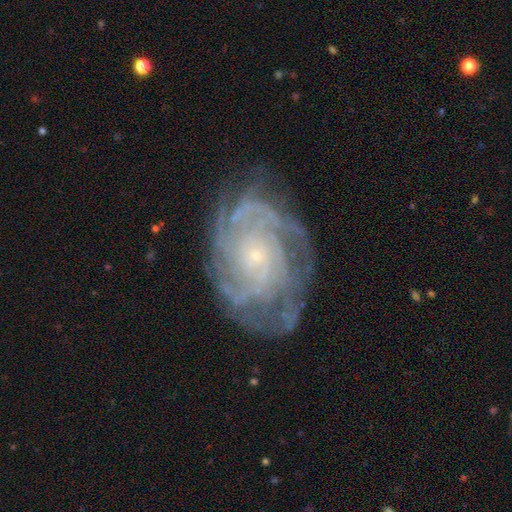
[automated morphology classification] smooth-or-featured: featured or disk: 87% | smooth: 7% | star or artifact: 6%
  disk-edge-on: no: 97% | yes: 3%
    bar: no: 79% | weak: 16% | strong: 5%
    has-spiral-arms: yes: 96% | no: 4%
      spiral-winding: tight: 71% | medium: 24% | loose: 5%
      spiral-arm-count: can't tell: 28% | 4: 22% | 3: 17% | 2: 13% | more than 4: 13% | 1: 7%
    bulge-size: small: 86% | moderate: 9% | none: 2% | large: 1% | dominant: 1%
  merging: none: 74% | minor disturbance: 17% | major disturbance: 7% | merger: 1%